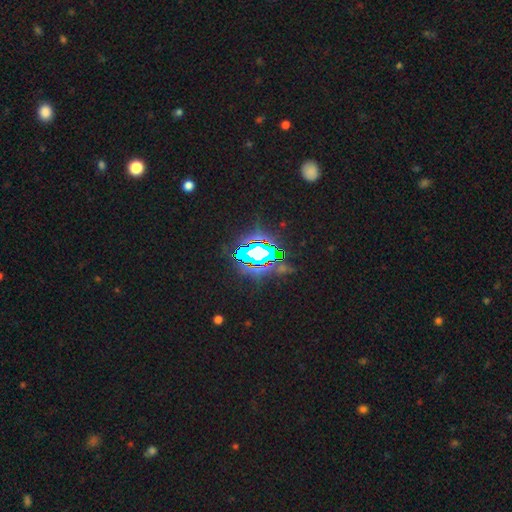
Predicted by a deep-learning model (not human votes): This is likely a star or artifact rather than a galaxy (74%).